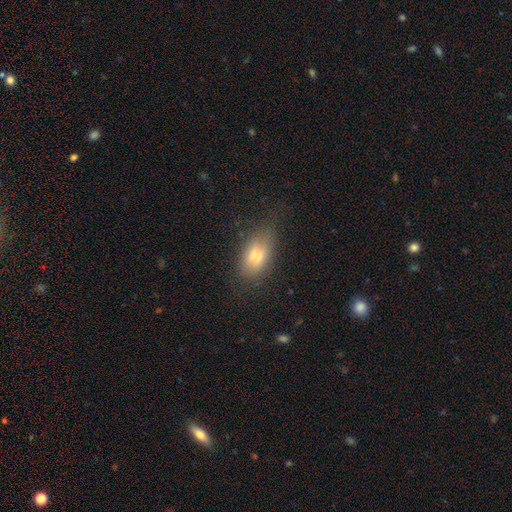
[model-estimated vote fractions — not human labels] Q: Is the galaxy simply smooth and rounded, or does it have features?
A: smooth — 75%.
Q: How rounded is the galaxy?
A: in between — 86%.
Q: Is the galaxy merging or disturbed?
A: none — 66%.